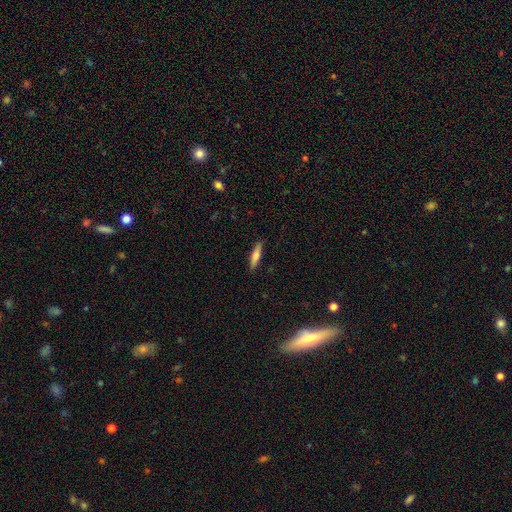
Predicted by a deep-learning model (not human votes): smooth 60%, featured or disk 33%, star or artifact 6%. Down the decision tree: how rounded — cigar-shaped (82%); merging — none (89%).